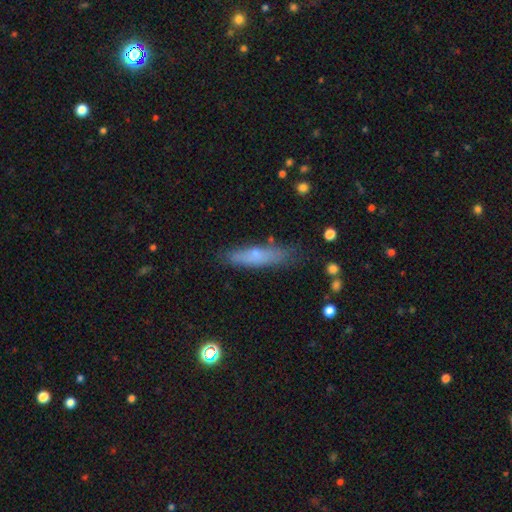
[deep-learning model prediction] Q: Smooth or featured?
A: smooth (67%); runner-up: featured or disk (25%)
Q: How rounded?
A: cigar-shaped (79%); runner-up: in between (19%)
Q: Merging?
A: none (77%); runner-up: minor disturbance (16%)